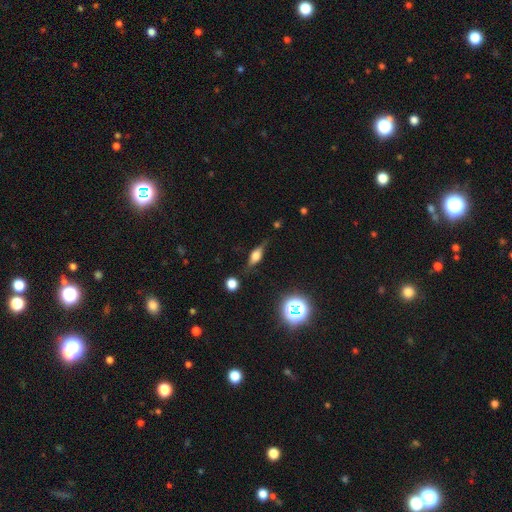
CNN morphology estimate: Overall: featured or disk (52%; smooth 37%). Edge-on disk: yes (91%). Merging: none (74%).